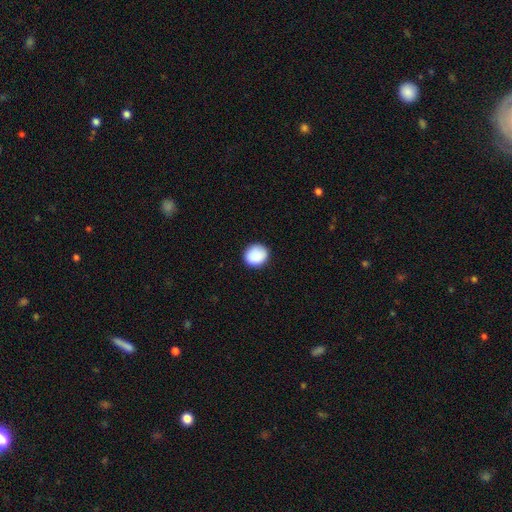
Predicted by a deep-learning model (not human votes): Smooth or featured?
  - smooth: 89% *
  - star or artifact: 7%
  - featured or disk: 3%
How rounded?
  - round: 80% *
  - in between: 19%
  - cigar-shaped: 1%
Merging?
  - none: 89% *
  - minor disturbance: 9%
  - major disturbance: 2%
  - merger: 1%